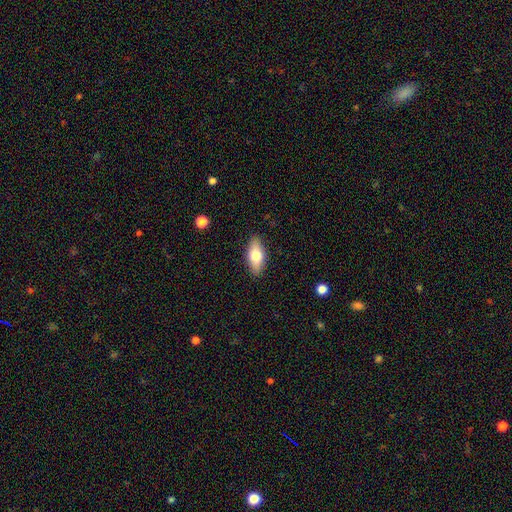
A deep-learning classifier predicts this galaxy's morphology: type=smooth (70%); roundness=in between (82%); merging=none (87%).